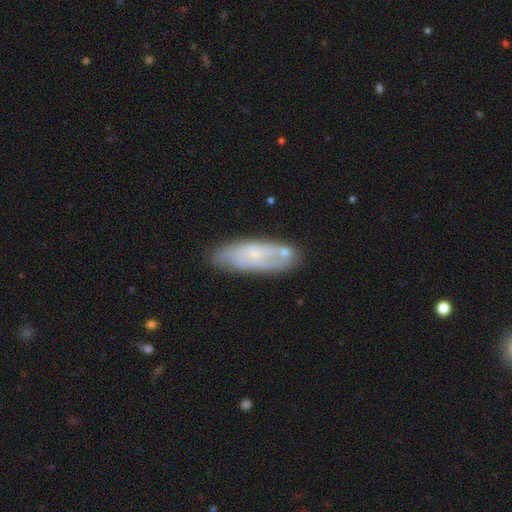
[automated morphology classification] Smooth or featured? Predicted: featured or disk (p=0.48). Merging? Predicted: none (p=0.69).